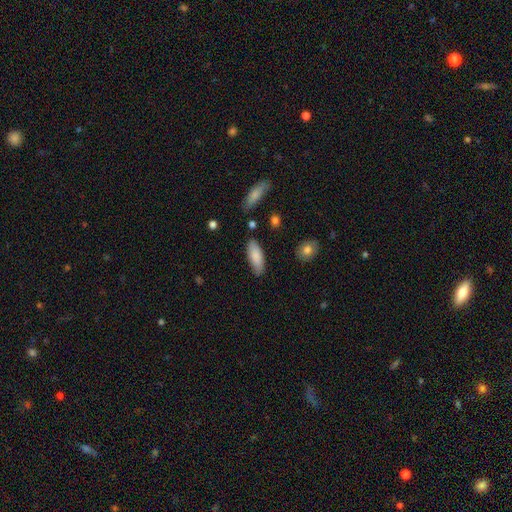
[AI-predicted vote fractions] Overall: smooth (85%). How rounded: in between (74%). Merging: none (81%).